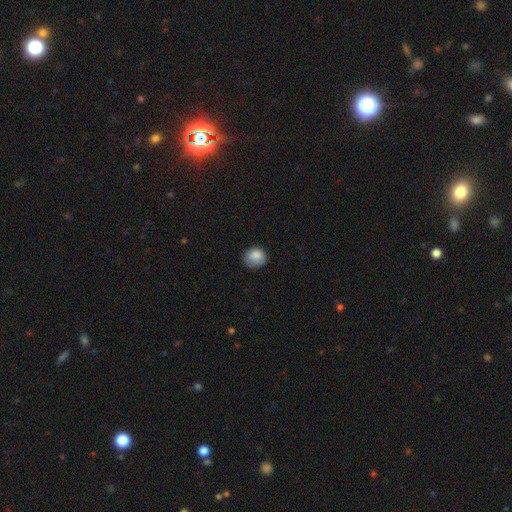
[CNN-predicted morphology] Smooth or featured? Predicted: smooth (p=0.84). How rounded? Predicted: round (p=0.65). Merging? Predicted: none (p=0.70).